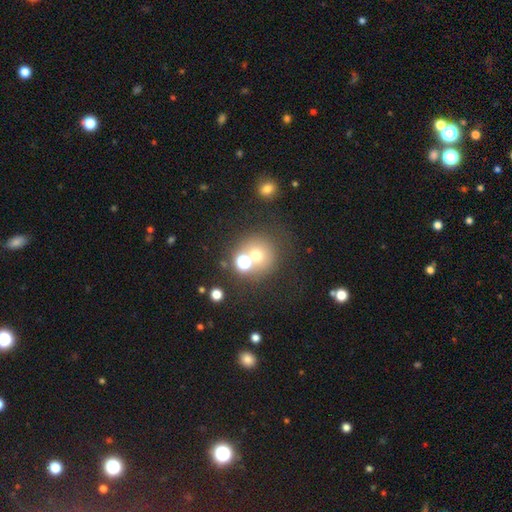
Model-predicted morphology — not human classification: Smooth or featured?
  - smooth: 63% *
  - star or artifact: 23%
  - featured or disk: 14%
How rounded?
  - round: 89% *
  - in between: 10%
  - cigar-shaped: 1%
Merging?
  - none: 57% *
  - merger: 29%
  - minor disturbance: 9%
  - major disturbance: 5%